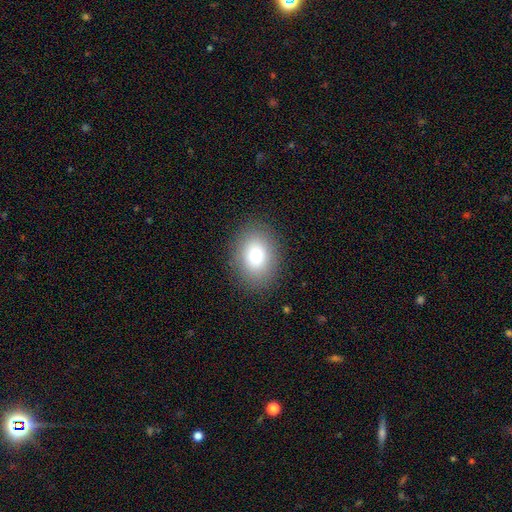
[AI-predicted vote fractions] Q: Smooth or featured?
A: smooth (79%); runner-up: star or artifact (11%)
Q: How rounded?
A: in between (61%); runner-up: round (38%)
Q: Merging?
A: none (87%); runner-up: minor disturbance (9%)